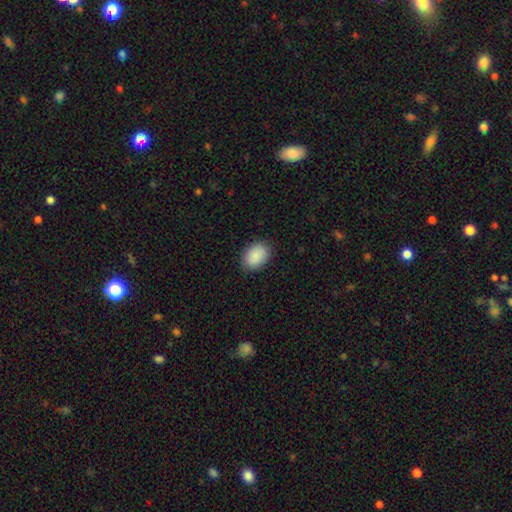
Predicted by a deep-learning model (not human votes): smooth_or_featured: smooth (p=0.90) [alt: star or artifact p=0.06]
how_rounded: in between (p=0.76) [alt: round p=0.23]
merging: none (p=0.87) [alt: minor disturbance p=0.10]